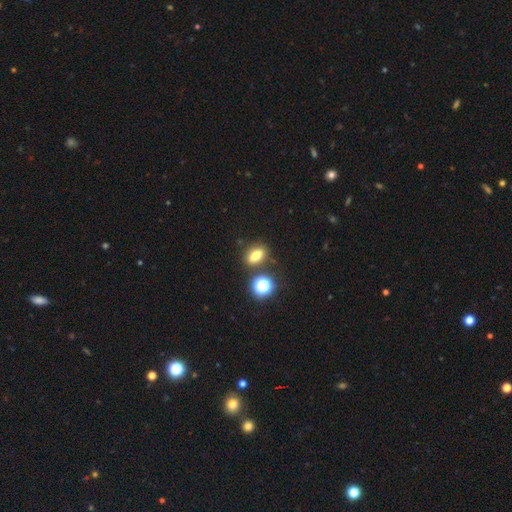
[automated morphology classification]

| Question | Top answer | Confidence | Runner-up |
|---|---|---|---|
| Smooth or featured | smooth | 72% | star or artifact (17%) |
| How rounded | in between | 71% | round (21%) |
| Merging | none | 75% | minor disturbance (11%) |